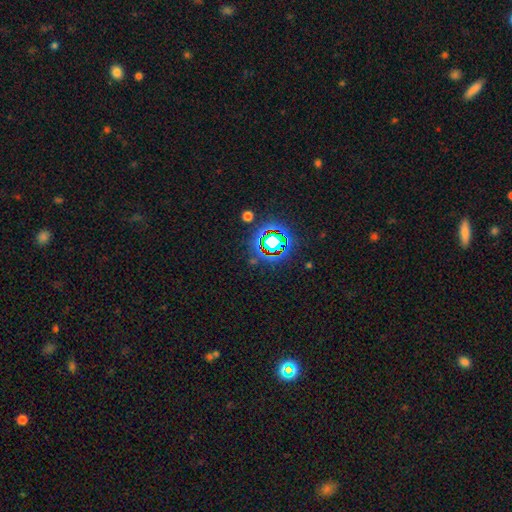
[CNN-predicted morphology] The model was most divided on "smooth or featured": star or artifact: 72%, smooth: 18%, featured or disk: 10%.